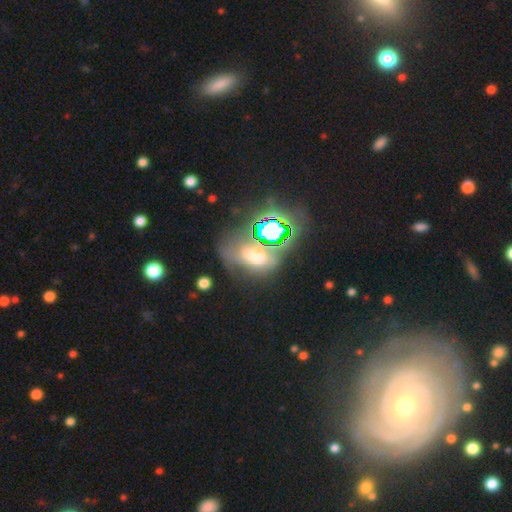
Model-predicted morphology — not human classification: Smooth or featured: smooth — 40% (star or artifact — 38%)
Merging: none — 43% (major disturbance — 23%)